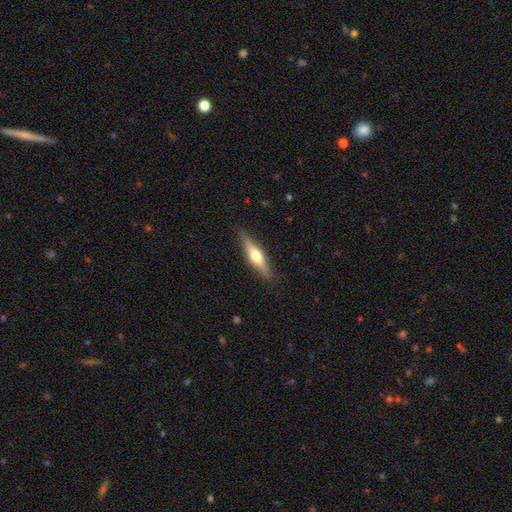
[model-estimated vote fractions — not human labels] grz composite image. It shows a featured or disk galaxy (53%) viewed edge-on (93%). Merging: none (87%).